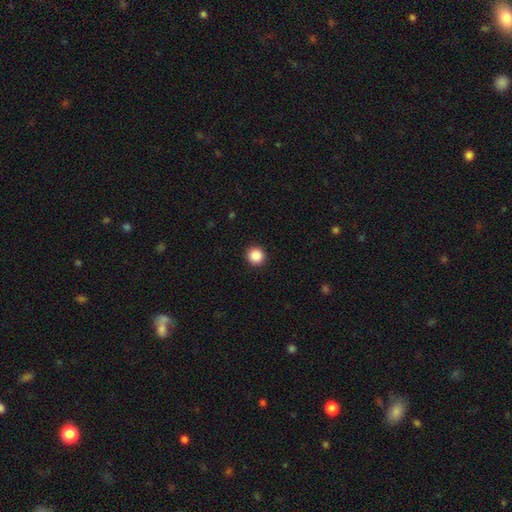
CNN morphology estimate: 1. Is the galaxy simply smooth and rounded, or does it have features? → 88% smooth, 10% star or artifact, 2% featured or disk.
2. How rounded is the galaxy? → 95% round, 4% in between, 1% cigar-shaped.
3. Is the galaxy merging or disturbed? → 93% none, 5% minor disturbance, 2% major disturbance, 1% merger.